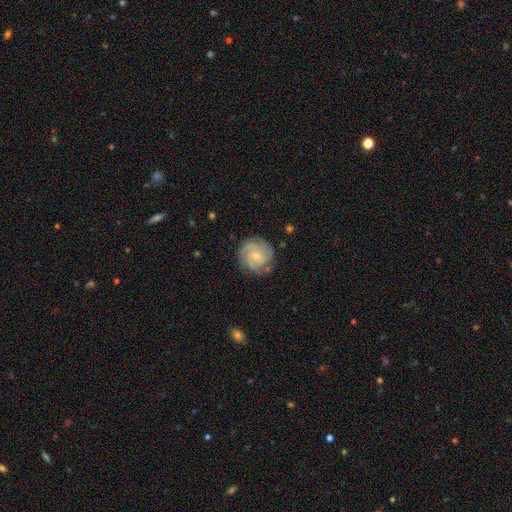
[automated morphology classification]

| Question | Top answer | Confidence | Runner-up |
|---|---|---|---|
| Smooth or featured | featured or disk | 79% | smooth (15%) |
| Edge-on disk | no | 98% | yes (2%) |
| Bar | no | 66% | weak (30%) |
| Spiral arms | yes | 95% | no (5%) |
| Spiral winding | tight | 66% | medium (29%) |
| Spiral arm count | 3 | 39% | can't tell (20%) |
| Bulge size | small | 65% | moderate (31%) |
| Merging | none | 79% | minor disturbance (14%) |